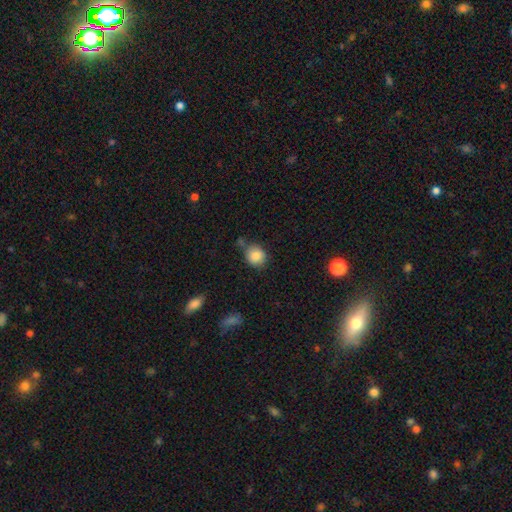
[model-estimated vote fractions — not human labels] smooth 85%, star or artifact 9%, featured or disk 5%. Down the decision tree: how rounded — round (80%); merging — none (68%).